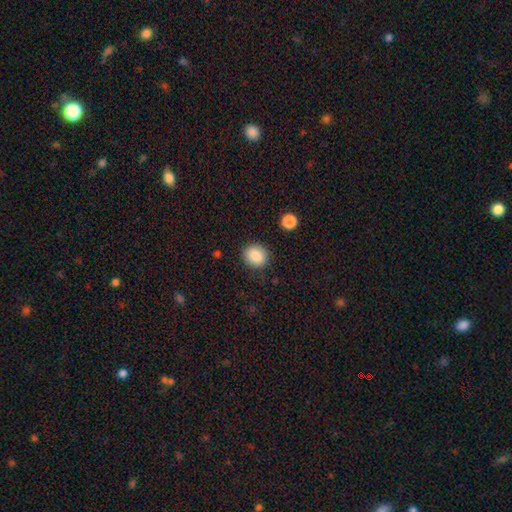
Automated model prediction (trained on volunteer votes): Smooth or featured? Predicted: smooth (p=0.87). How rounded? Predicted: round (p=0.73). Merging? Predicted: none (p=0.86).